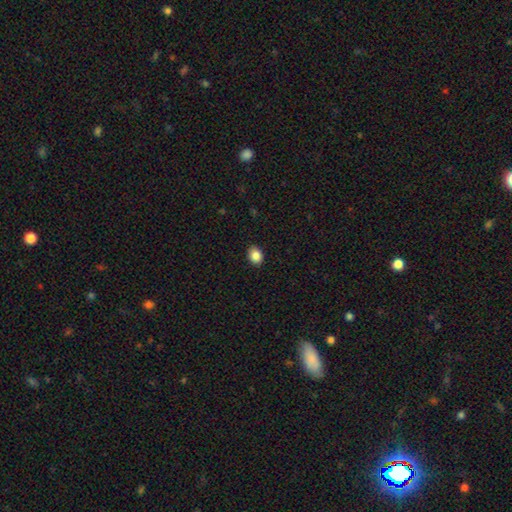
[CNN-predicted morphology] Smooth or featured? Predicted: smooth (p=0.87). How rounded? Predicted: in between (p=0.60). Merging? Predicted: none (p=0.90).